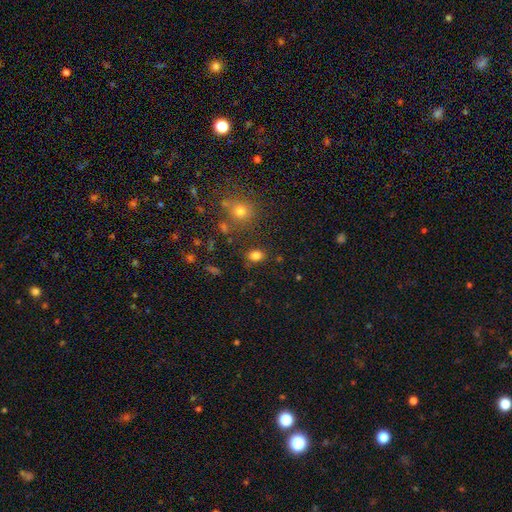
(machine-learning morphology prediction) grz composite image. It shows a smooth galaxy with no disk features (81%) that is in between round and cigar-shaped (66%). Merging: none (81%).